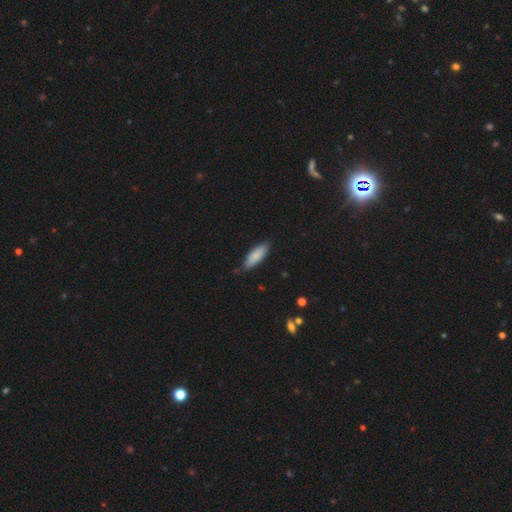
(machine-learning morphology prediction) smooth-or-featured: smooth: 85% | featured or disk: 9% | star or artifact: 6%
  how-rounded: in between: 59% | cigar-shaped: 39% | round: 2%
  merging: none: 81% | minor disturbance: 15% | major disturbance: 2% | merger: 2%